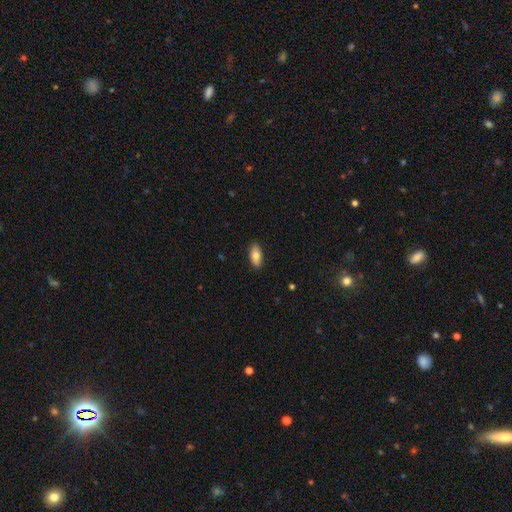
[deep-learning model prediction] smooth-or-featured: smooth: 79% | featured or disk: 14% | star or artifact: 7%
  how-rounded: in between: 88% | cigar-shaped: 10% | round: 3%
  merging: none: 87% | minor disturbance: 10% | major disturbance: 2% | merger: 1%